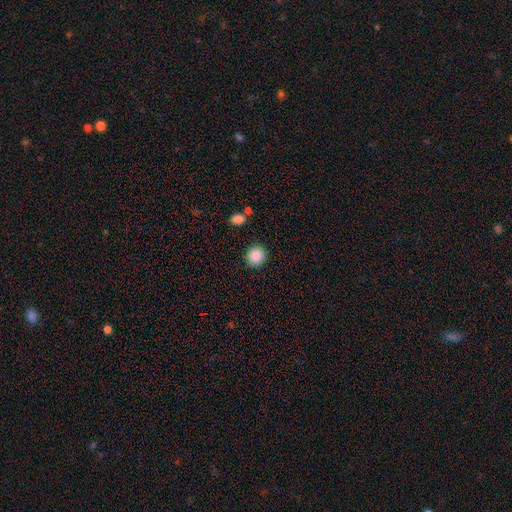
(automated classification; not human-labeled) smooth 87%, star or artifact 9%, featured or disk 4%. Down the decision tree: how rounded — round (92%); merging — none (89%).